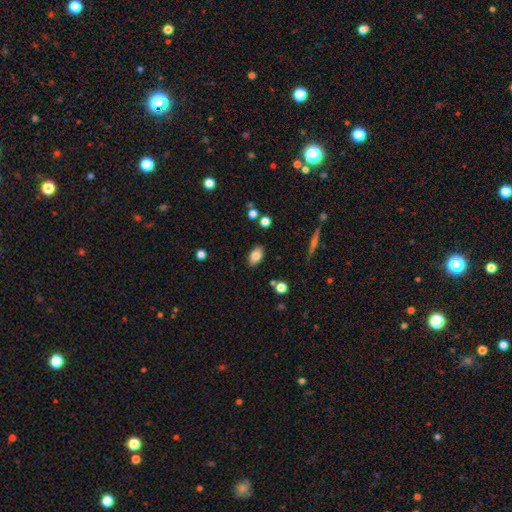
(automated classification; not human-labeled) Q: Smooth or featured?
A: smooth (82%); runner-up: featured or disk (10%)
Q: How rounded?
A: in between (90%); runner-up: round (8%)
Q: Merging?
A: none (85%); runner-up: minor disturbance (11%)